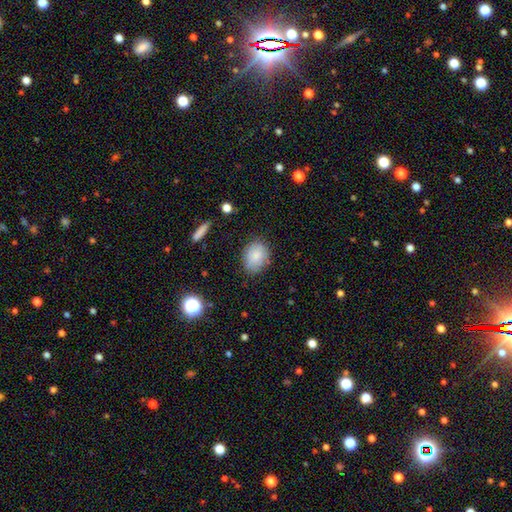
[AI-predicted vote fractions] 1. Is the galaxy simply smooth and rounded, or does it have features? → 84% smooth, 8% featured or disk, 8% star or artifact.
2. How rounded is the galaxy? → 66% in between, 33% round, 1% cigar-shaped.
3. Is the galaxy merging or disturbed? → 77% none, 17% minor disturbance, 4% major disturbance, 2% merger.